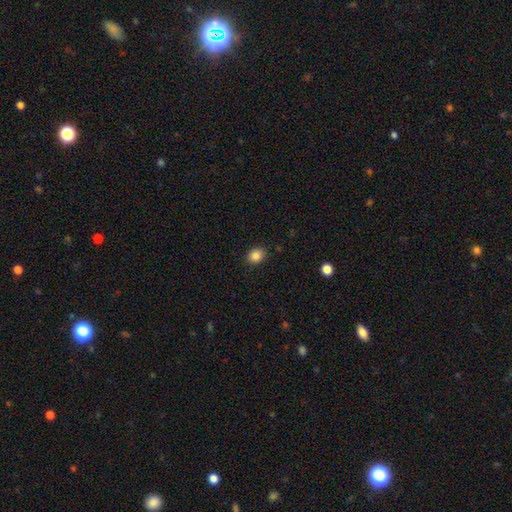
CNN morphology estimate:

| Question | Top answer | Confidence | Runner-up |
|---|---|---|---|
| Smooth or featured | smooth | 86% | star or artifact (10%) |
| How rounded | round | 57% | in between (42%) |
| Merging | none | 87% | minor disturbance (10%) |